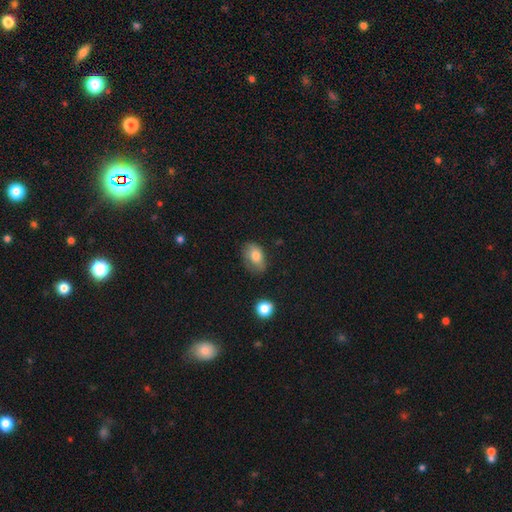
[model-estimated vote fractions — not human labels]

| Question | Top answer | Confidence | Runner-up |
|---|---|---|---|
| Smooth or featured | smooth | 75% | featured or disk (17%) |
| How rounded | in between | 84% | round (14%) |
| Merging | none | 57% | minor disturbance (30%) |